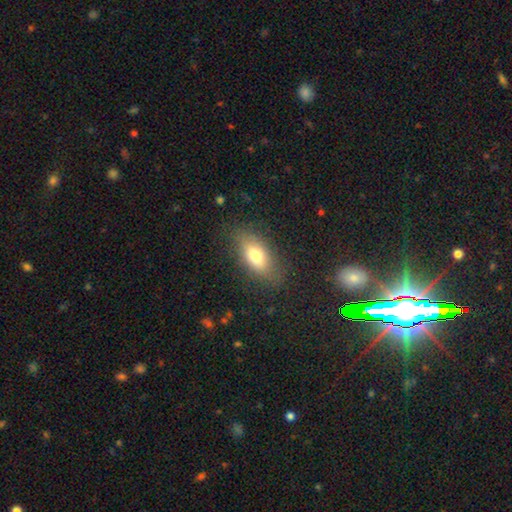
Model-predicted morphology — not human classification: A smooth galaxy with no disk features (73%) that is in between round and cigar-shaped (85%).

Vote fractions:
- Smooth or featured? smooth: 73% / featured or disk: 18% / star or artifact: 9%
- How rounded? in between: 85% / cigar-shaped: 8% / round: 6%
- Merging? none: 80% / minor disturbance: 14% / major disturbance: 5% / merger: 1%